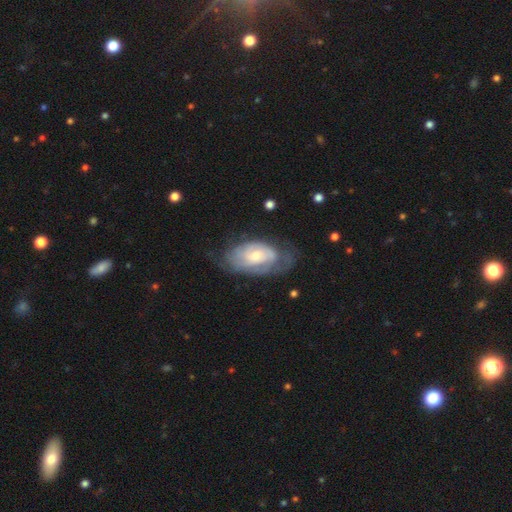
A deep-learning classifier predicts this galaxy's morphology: The model was most divided on "bulge size": moderate: 47%, small: 46%, large: 4%, none: 1%, dominant: 1%. More confident: edge-on disk — no (94%); spiral arms — yes (78%); bar — no (69%); smooth or featured — featured or disk (68%); merging — none (52%).